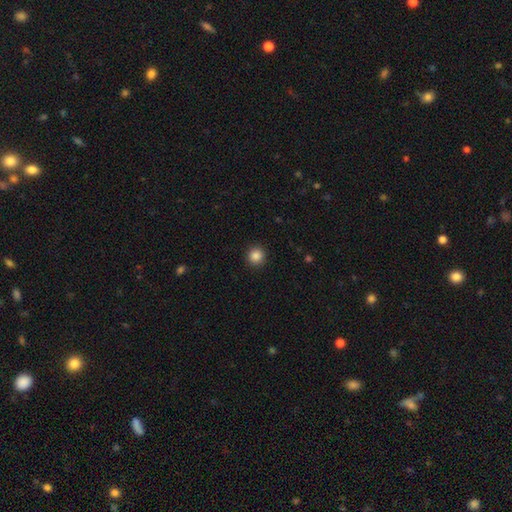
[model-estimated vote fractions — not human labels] This is clearly a smooth galaxy (86%). How rounded: clearly round (94%). Merging: clearly none (92%).